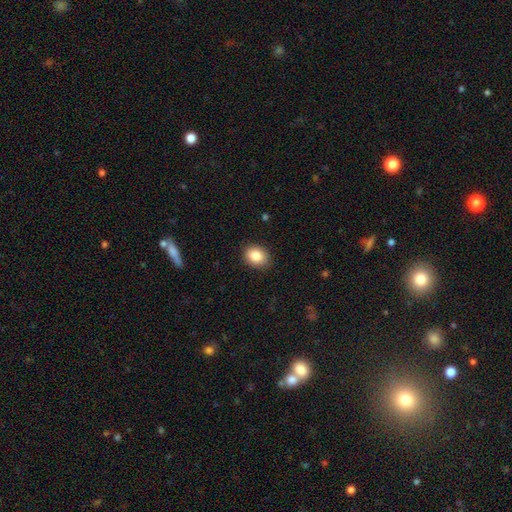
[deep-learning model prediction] A smooth galaxy with no disk features (86%) that is in between round and cigar-shaped (56%).

Vote fractions:
- Smooth or featured? smooth: 86% / star or artifact: 8% / featured or disk: 6%
- How rounded? in between: 56% / round: 43% / cigar-shaped: 1%
- Merging? none: 87% / minor disturbance: 10% / major disturbance: 2% / merger: 1%